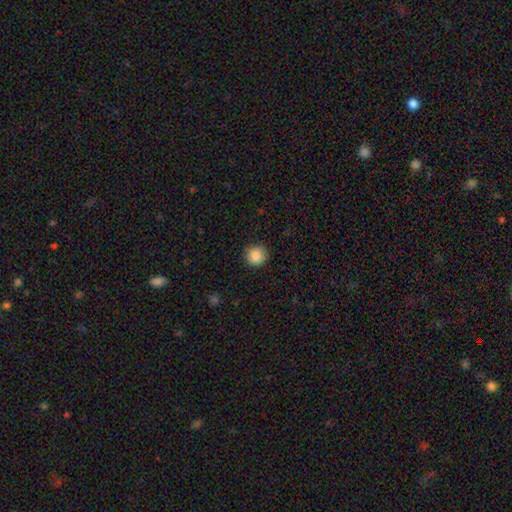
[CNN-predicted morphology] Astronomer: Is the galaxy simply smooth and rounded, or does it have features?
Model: smooth — 88%.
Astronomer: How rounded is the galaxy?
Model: round — 93%.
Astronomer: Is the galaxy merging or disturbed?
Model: none — 90%.